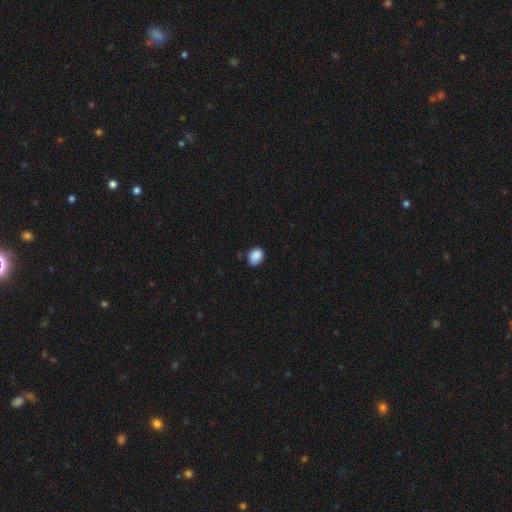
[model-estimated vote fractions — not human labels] This appears to be a smooth galaxy with no disk features (88%) that is in between round and cigar-shaped (52%). Merging: none (78%).